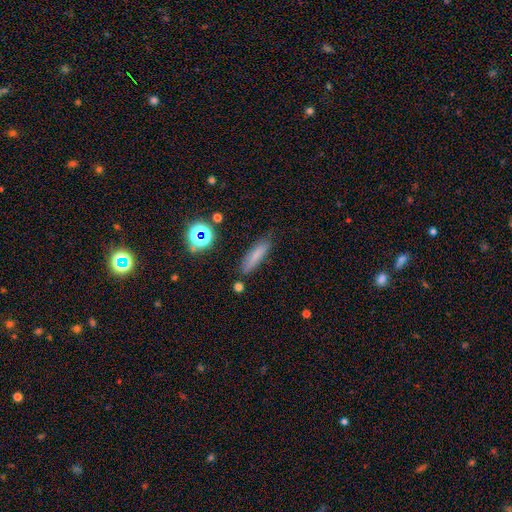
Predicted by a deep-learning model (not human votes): Smooth or featured: smooth — 73% (featured or disk — 14%)
How rounded: cigar-shaped — 73% (in between — 24%)
Merging: none — 77% (minor disturbance — 15%)